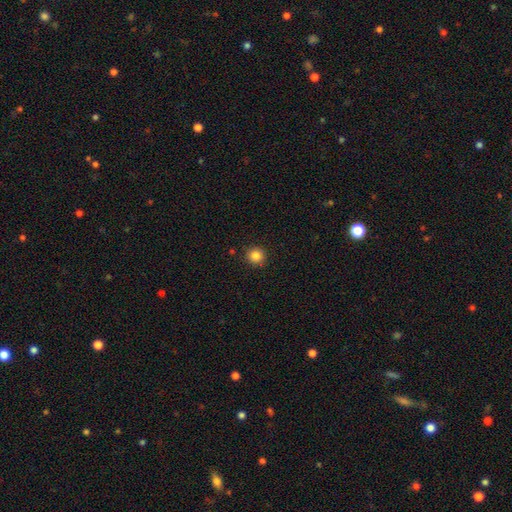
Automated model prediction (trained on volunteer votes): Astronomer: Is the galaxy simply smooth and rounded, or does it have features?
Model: smooth — 85%.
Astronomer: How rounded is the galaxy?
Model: round — 94%.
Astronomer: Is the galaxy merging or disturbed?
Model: none — 91%.